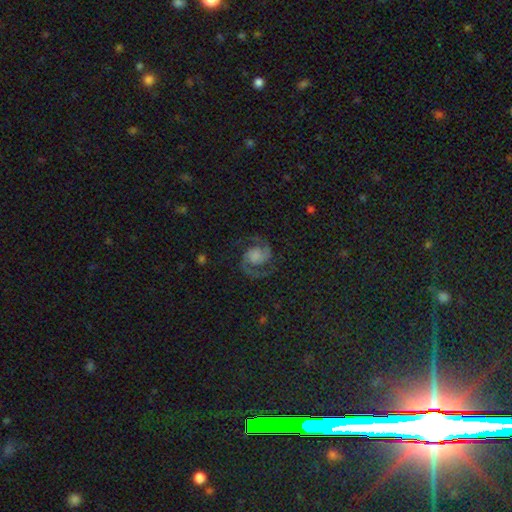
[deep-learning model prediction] Smooth or featured?
  - featured or disk: 86% *
  - star or artifact: 8%
  - smooth: 6%
Edge-on disk?
  - no: 98% *
  - yes: 2%
Bar?
  - no: 62% *
  - weak: 30%
  - strong: 8%
Spiral arms?
  - yes: 98% *
  - no: 2%
Spiral winding?
  - medium: 62% *
  - tight: 22%
  - loose: 16%
Spiral arm count?
  - 2: 94% *
  - can't tell: 2%
  - 1: 1%
  - 3: 1%
  - 4: 1%
  - more than 4: 1%
Bulge size?
  - none: 33% *
  - moderate: 23%
  - large: 23%
  - small: 17%
  - dominant: 4%
Merging?
  - none: 81% *
  - minor disturbance: 12%
  - major disturbance: 6%
  - merger: 1%